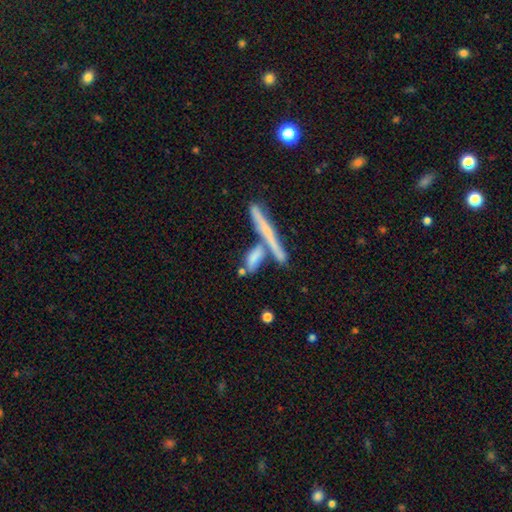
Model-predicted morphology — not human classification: The model was most divided on "smooth or featured": smooth: 48%, featured or disk: 42%, star or artifact: 10%. Remaining: merging — none (49%).